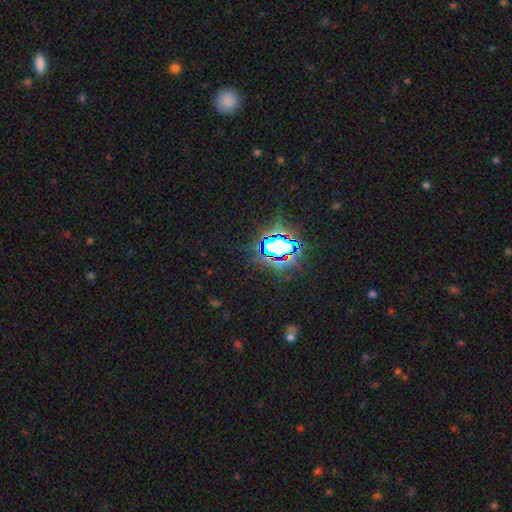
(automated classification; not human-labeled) Morphology: type=star or artifact (83%).